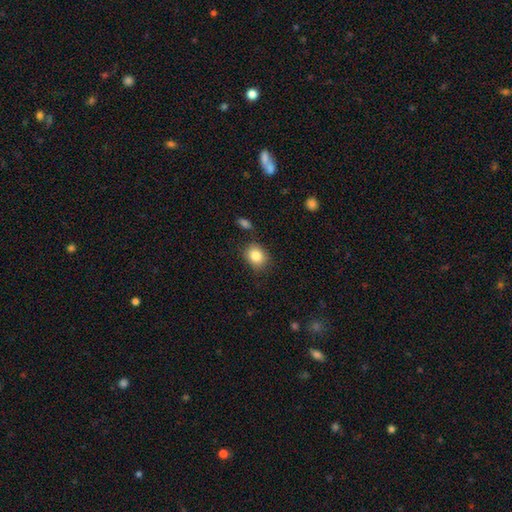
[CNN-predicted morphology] A smooth galaxy with no disk features (84%) that is round (57%).

Vote fractions:
- Smooth or featured? smooth: 84% / star or artifact: 9% / featured or disk: 7%
- How rounded? round: 57% / in between: 42% / cigar-shaped: 1%
- Merging? none: 81% / minor disturbance: 13% / merger: 3% / major disturbance: 3%